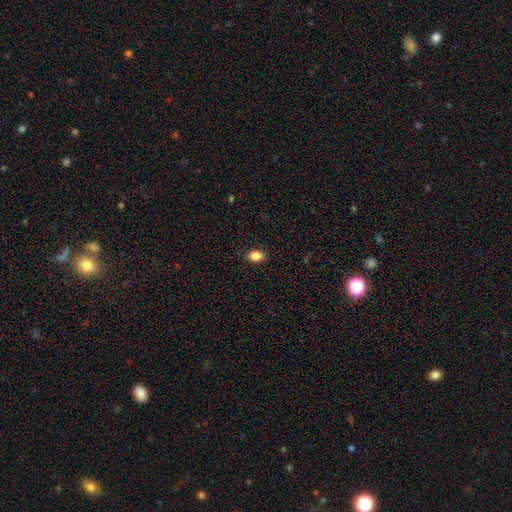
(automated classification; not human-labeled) Smooth or featured? smooth (86%)
How rounded? in between (75%)
Merging? none (89%)